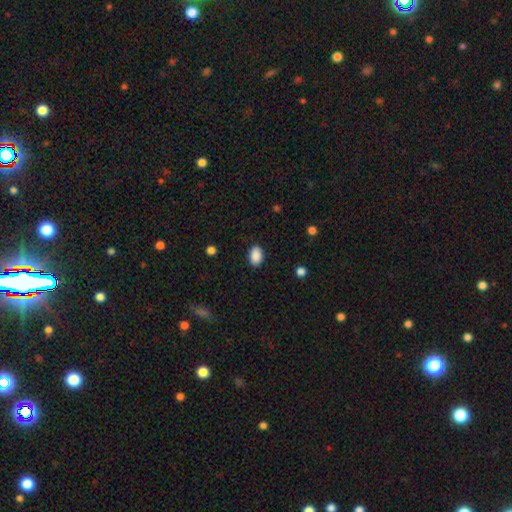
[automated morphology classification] Smooth or featured? Predicted: smooth (p=0.90). How rounded? Predicted: in between (p=0.88). Merging? Predicted: none (p=0.88).